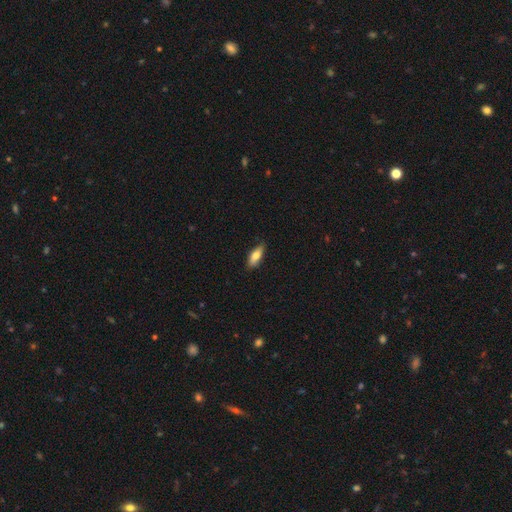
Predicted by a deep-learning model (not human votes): Overall: smooth (76%). How rounded: in between (71%). Merging: none (82%).